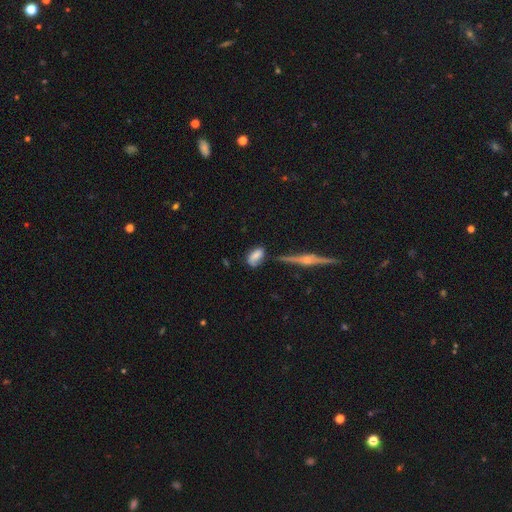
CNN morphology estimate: A smooth galaxy with no disk features (65%) that is in between round and cigar-shaped (86%).

Vote fractions:
- Smooth or featured? smooth: 65% / featured or disk: 26% / star or artifact: 10%
- How rounded? in between: 86% / round: 7% / cigar-shaped: 7%
- Merging? none: 57% / minor disturbance: 26% / major disturbance: 9% / merger: 9%